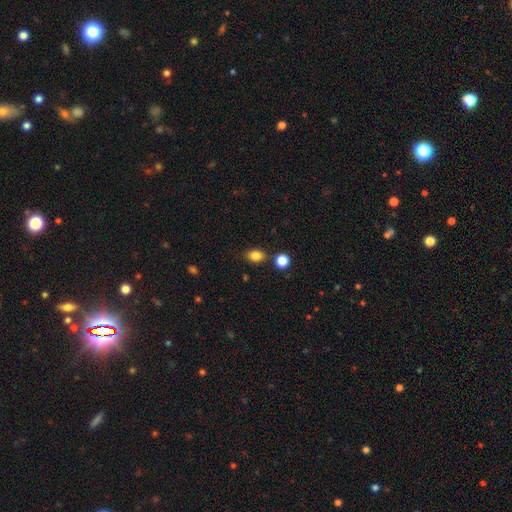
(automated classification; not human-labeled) Morphology: type=smooth (83%); roundness=in between (65%); merging=none (79%).